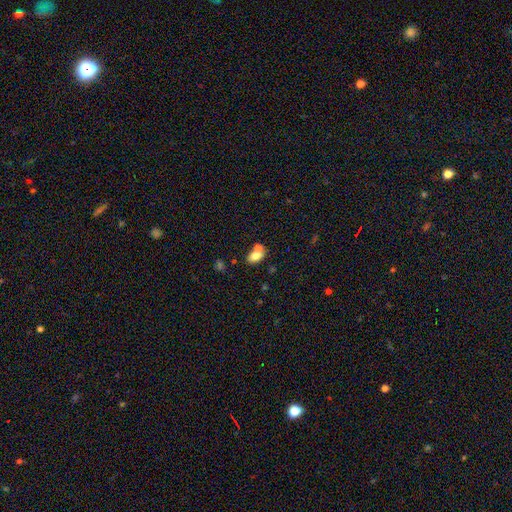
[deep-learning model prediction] A smooth galaxy with no disk features (75%) that is in between round and cigar-shaped (83%). Merging: merger (45%).